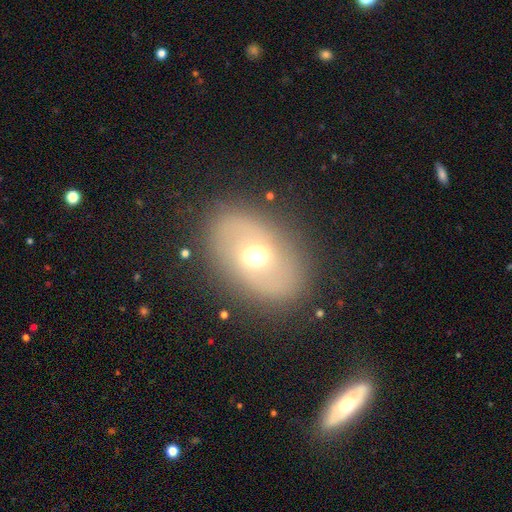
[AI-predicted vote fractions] The model was most divided on "smooth or featured": smooth: 48%, featured or disk: 39%, star or artifact: 13%. More confident: merging — none (81%).